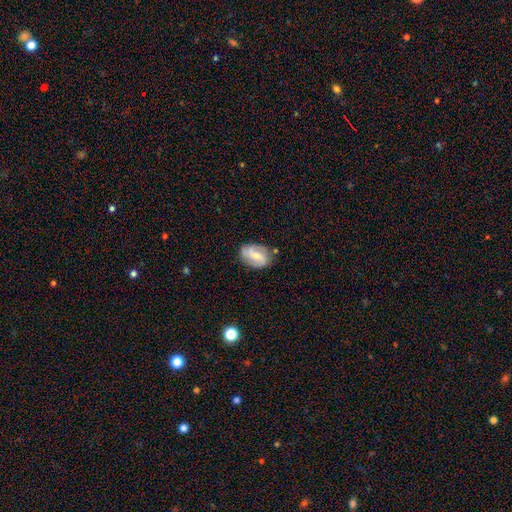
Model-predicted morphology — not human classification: smooth_or_featured: featured or disk (p=0.57) [alt: smooth p=0.35]
disk_edge_on: no (p=0.96) [alt: yes p=0.04]
bar: weak (p=0.47) [alt: no p=0.31]
has_spiral_arms: yes (p=0.85) [alt: no p=0.15]
bulge_size: small (p=0.50) [alt: moderate p=0.41]
merging: none (p=0.71) [alt: minor disturbance p=0.20]